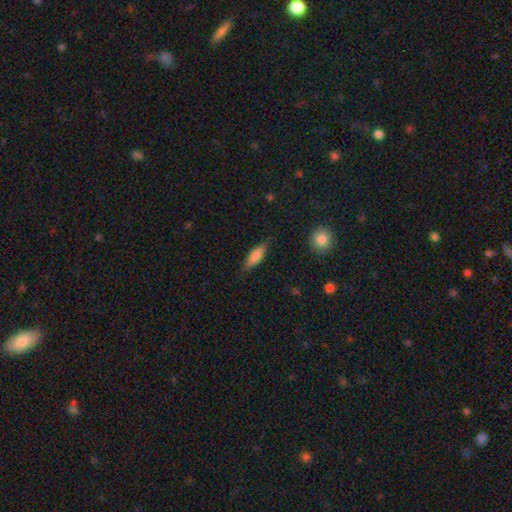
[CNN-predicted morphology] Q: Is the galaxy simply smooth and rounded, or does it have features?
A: smooth — 72%.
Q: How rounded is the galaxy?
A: cigar-shaped — 50%.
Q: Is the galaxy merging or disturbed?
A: none — 82%.